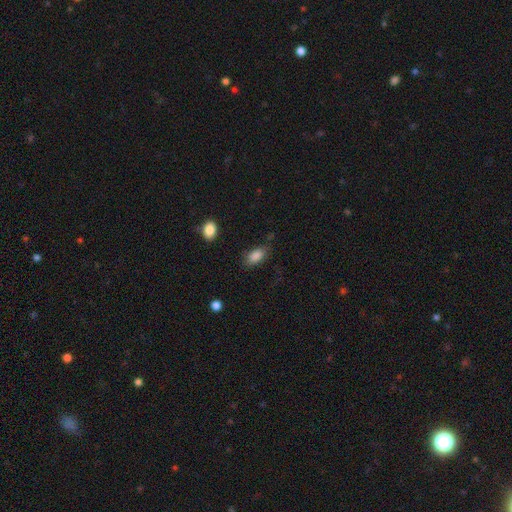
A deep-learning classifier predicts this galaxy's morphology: A smooth galaxy with no disk features (87%) that is in between round and cigar-shaped (91%).

Vote fractions:
- Smooth or featured? smooth: 87% / star or artifact: 8% / featured or disk: 6%
- How rounded? in between: 91% / round: 5% / cigar-shaped: 4%
- Merging? none: 75% / minor disturbance: 17% / major disturbance: 5% / merger: 2%